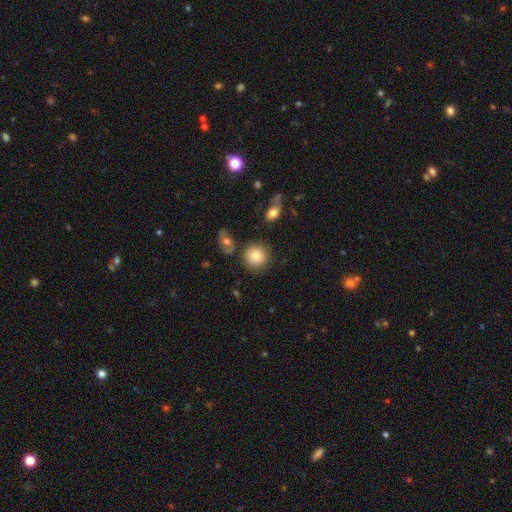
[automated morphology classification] smooth-or-featured: smooth: 82% | featured or disk: 9% | star or artifact: 9%
  how-rounded: round: 90% | in between: 8% | cigar-shaped: 1%
  merging: none: 81% | minor disturbance: 10% | merger: 5% | major disturbance: 3%